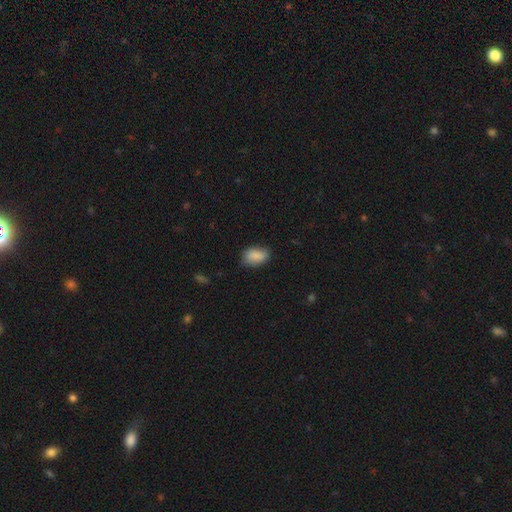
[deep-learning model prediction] This is clearly a smooth galaxy (86%). How rounded: clearly in between (88%). Merging: likely none (71%).